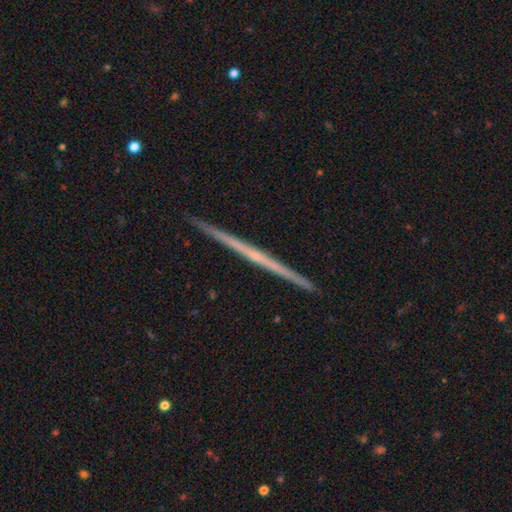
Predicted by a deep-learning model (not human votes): Smooth or featured?
  - featured or disk: 75% *
  - smooth: 19%
  - star or artifact: 6%
Edge-on disk?
  - yes: 99% *
  - no: 1%
Edge-on bulge?
  - none: 74% *
  - rounded: 22%
  - boxy: 4%
Merging?
  - none: 93% *
  - minor disturbance: 5%
  - major disturbance: 1%
  - merger: 1%